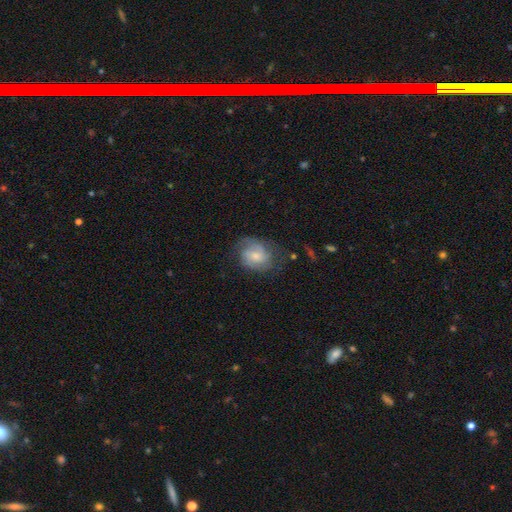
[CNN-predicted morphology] The model was most divided on "bulge size": small: 48%, moderate: 40%, none: 6%, large: 4%, dominant: 1%. More confident: edge-on disk — no (97%); spiral arms — yes (85%); smooth or featured — featured or disk (58%); merging — none (56%); bar — no (52%).